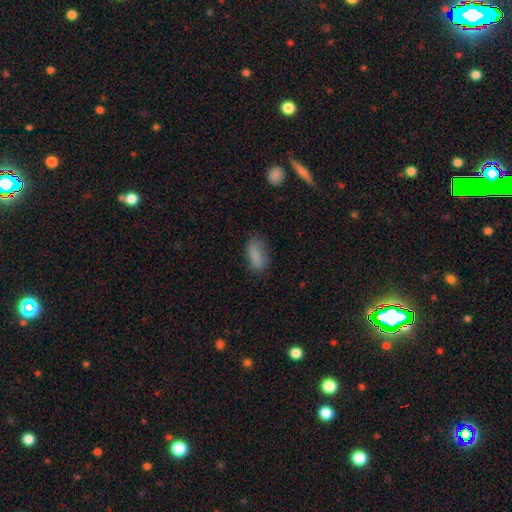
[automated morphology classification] Smooth or featured?
  - smooth: 81% *
  - featured or disk: 10%
  - star or artifact: 9%
How rounded?
  - in between: 88% *
  - cigar-shaped: 8%
  - round: 4%
Merging?
  - none: 60% *
  - minor disturbance: 27%
  - major disturbance: 11%
  - merger: 2%